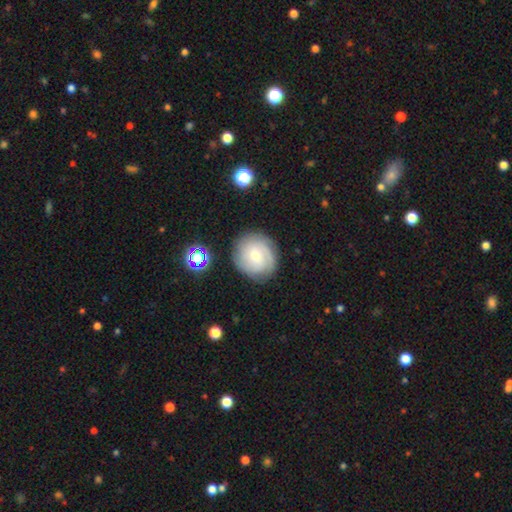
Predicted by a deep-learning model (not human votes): The model was most divided on "bulge size": small: 49%, moderate: 46%, large: 3%, none: 1%, dominant: 1%. More confident: edge-on disk — no (97%); spiral arms — yes (87%); merging — none (80%); bar — no (61%); smooth or featured — featured or disk (56%).